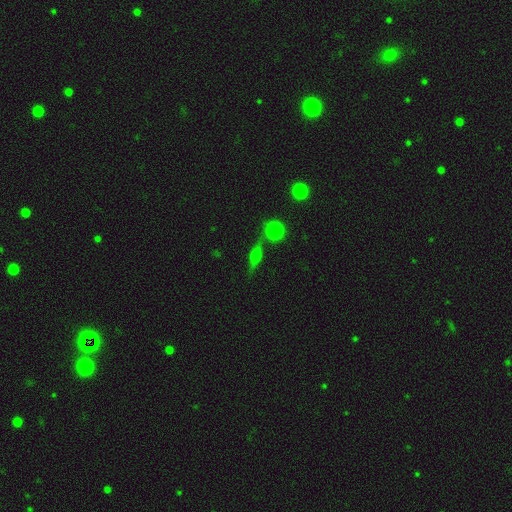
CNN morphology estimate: Smooth or featured: featured or disk — 49% (smooth — 37%)
Merging: none — 70% (minor disturbance — 15%)